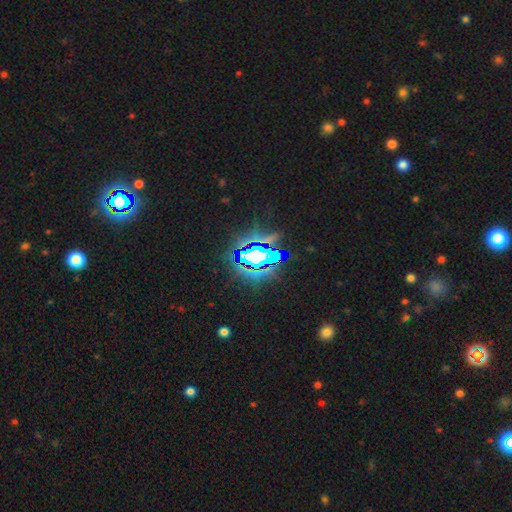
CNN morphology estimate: star or artifact 70%, featured or disk 15%, smooth 15%.